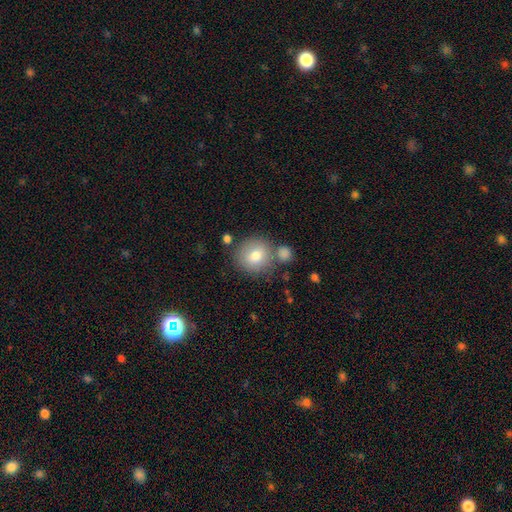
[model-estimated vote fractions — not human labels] This appears to be a smooth galaxy with no disk features (77%) that is round (90%). Merging: none (68%).